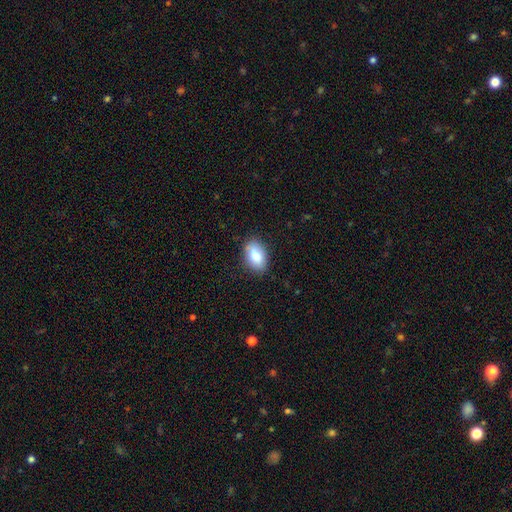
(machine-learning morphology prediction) Q: Smooth or featured?
A: smooth (84%); runner-up: featured or disk (9%)
Q: How rounded?
A: in between (91%); runner-up: round (7%)
Q: Merging?
A: none (80%); runner-up: minor disturbance (16%)